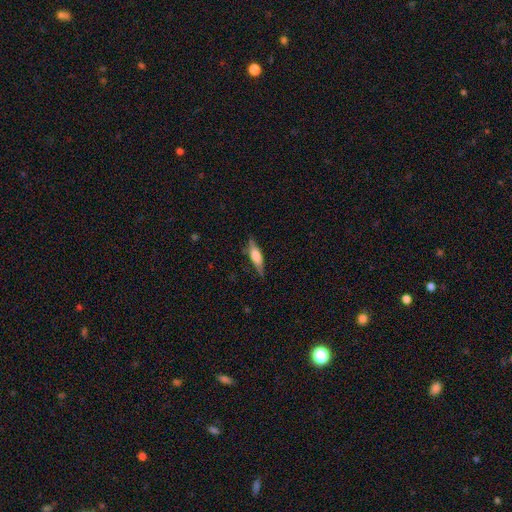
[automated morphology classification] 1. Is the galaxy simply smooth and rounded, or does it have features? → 50% smooth, 43% featured or disk, 7% star or artifact.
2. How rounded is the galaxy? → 62% cigar-shaped, 36% in between, 3% round.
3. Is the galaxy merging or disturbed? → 77% none, 17% minor disturbance, 4% major disturbance, 1% merger.